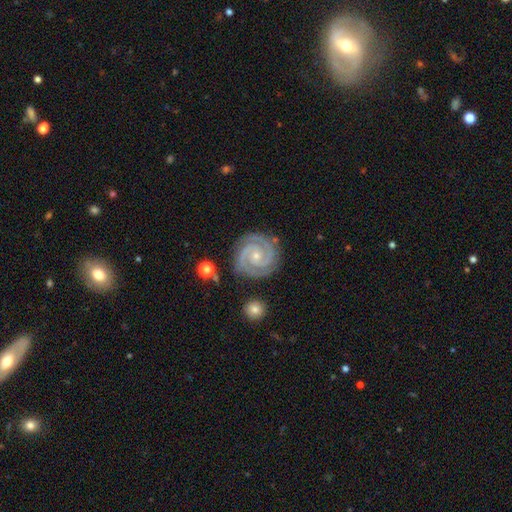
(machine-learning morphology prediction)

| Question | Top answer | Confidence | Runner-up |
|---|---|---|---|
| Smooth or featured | featured or disk | 93% | star or artifact (4%) |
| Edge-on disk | no | 98% | yes (2%) |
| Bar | no | 67% | weak (23%) |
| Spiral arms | yes | 99% | no (1%) |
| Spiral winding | tight | 77% | medium (21%) |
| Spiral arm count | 2 | 86% | 3 (8%) |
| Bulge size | small | 75% | moderate (21%) |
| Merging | none | 85% | minor disturbance (11%) |